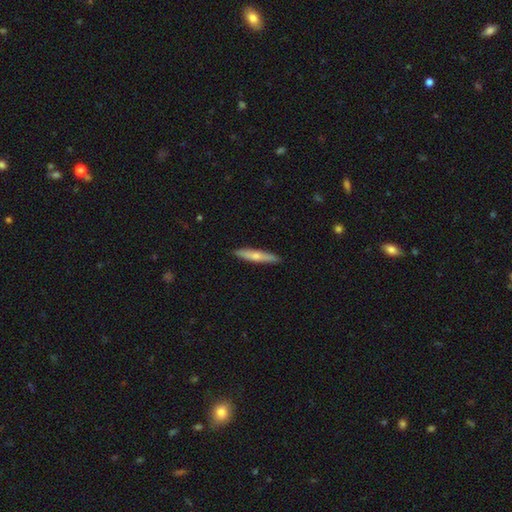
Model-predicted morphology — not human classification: Q: Smooth or featured?
A: smooth (59%); runner-up: featured or disk (36%)
Q: How rounded?
A: cigar-shaped (89%); runner-up: in between (9%)
Q: Merging?
A: none (90%); runner-up: minor disturbance (7%)